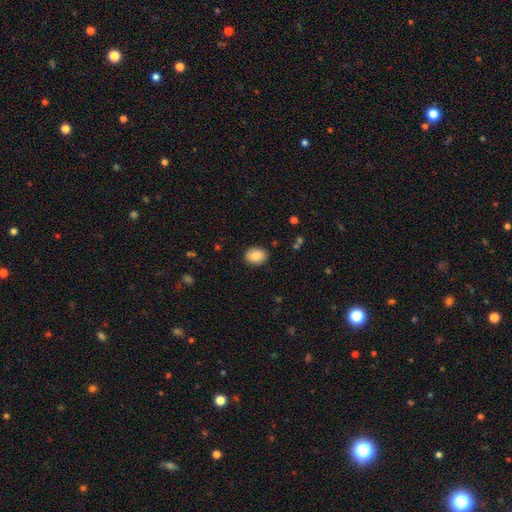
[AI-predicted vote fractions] smooth_or_featured: smooth (p=0.86) [alt: star or artifact p=0.07]
how_rounded: in between (p=0.62) [alt: round p=0.37]
merging: none (p=0.87) [alt: minor disturbance p=0.10]